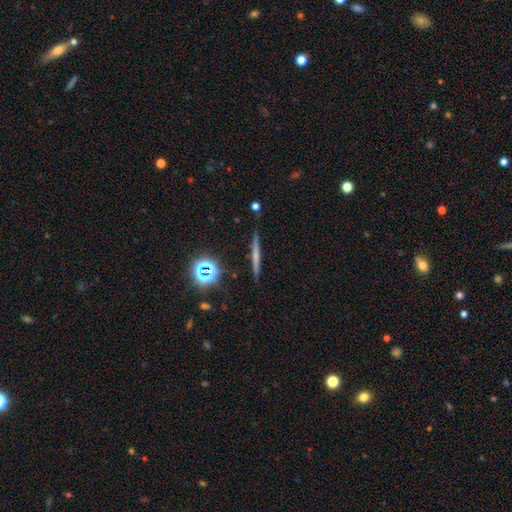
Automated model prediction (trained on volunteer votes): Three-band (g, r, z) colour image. It shows a smooth galaxy with no disk features (45%). Merging: none (88%).